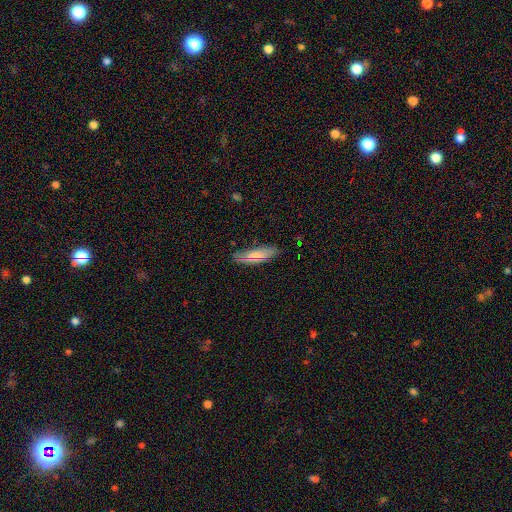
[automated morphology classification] A smooth galaxy with no disk features (74%) that is cigar-shaped (51%). Merging: none (79%).